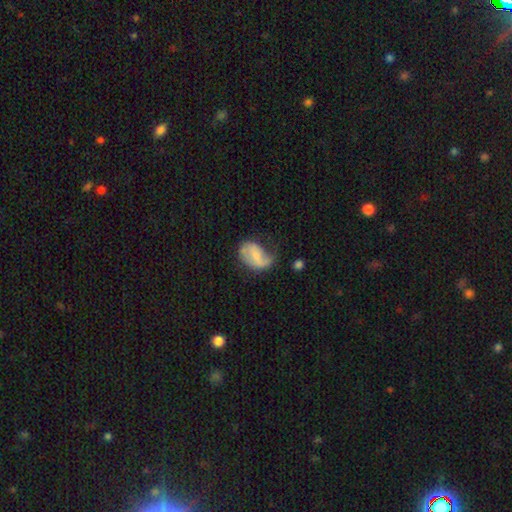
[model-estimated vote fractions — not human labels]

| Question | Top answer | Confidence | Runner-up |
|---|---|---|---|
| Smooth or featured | smooth | 48% | featured or disk (45%) |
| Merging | minor disturbance | 35% | none (33%) |